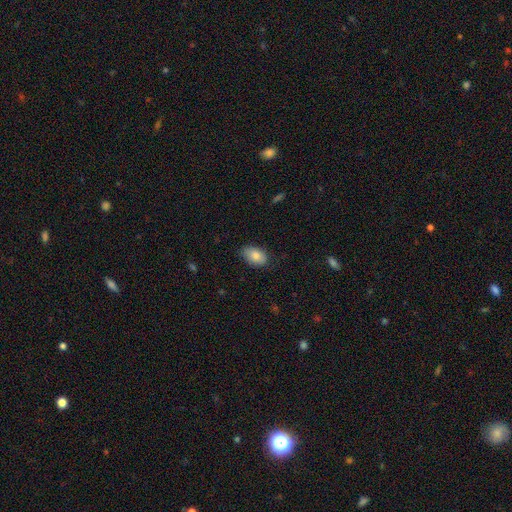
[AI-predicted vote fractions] A smooth galaxy with no disk features (84%) that is in between round and cigar-shaped (90%).

Vote fractions:
- Smooth or featured? smooth: 84% / featured or disk: 9% / star or artifact: 7%
- How rounded? in between: 90% / round: 9% / cigar-shaped: 1%
- Merging? none: 75% / minor disturbance: 21% / major disturbance: 3% / merger: 1%